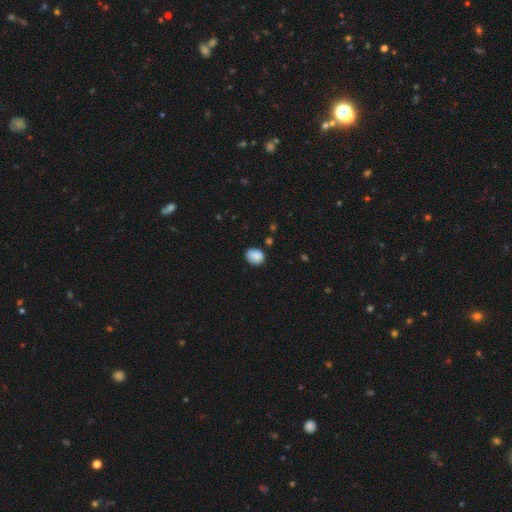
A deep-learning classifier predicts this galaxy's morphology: smooth-or-featured: smooth: 84% | star or artifact: 9% | featured or disk: 8%
  how-rounded: round: 52% | in between: 47% | cigar-shaped: 1%
  merging: none: 67% | minor disturbance: 24% | major disturbance: 5% | merger: 3%